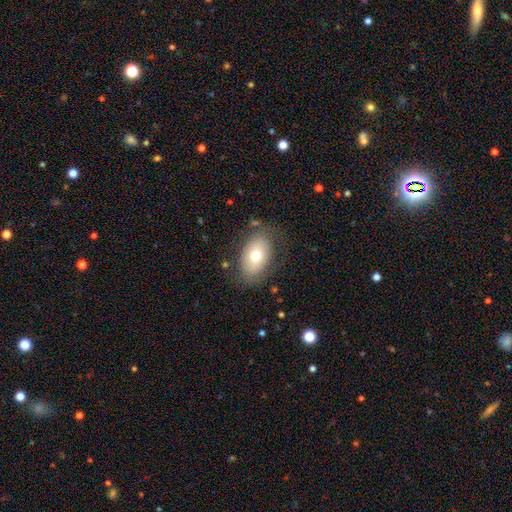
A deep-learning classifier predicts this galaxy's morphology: Q: Smooth or featured?
A: smooth (71%); runner-up: featured or disk (21%)
Q: How rounded?
A: in between (88%); runner-up: round (10%)
Q: Merging?
A: none (76%); runner-up: minor disturbance (16%)